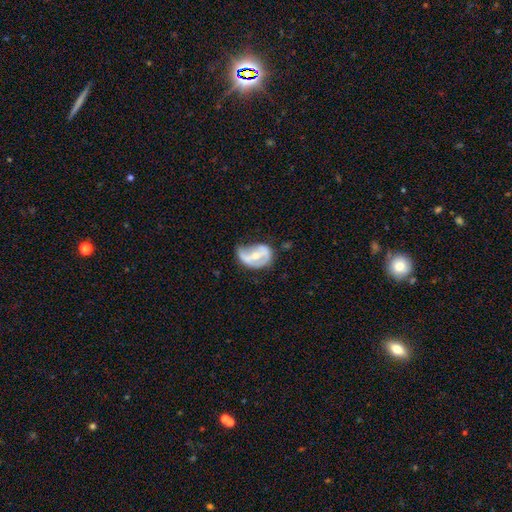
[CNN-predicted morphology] This is likely a featured or disk galaxy (67%). It is clearly not viewed edge-on (96%). Bar: marginally weak (36%). Spiral arm pattern: possibly yes (59%). Central bulge: possibly moderate (54%). Merging: marginally minor disturbance (36%).